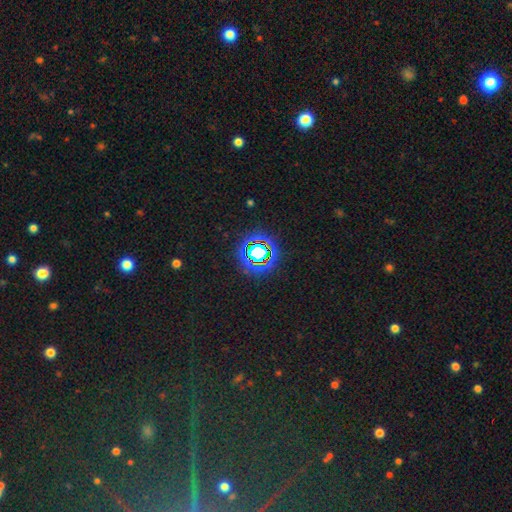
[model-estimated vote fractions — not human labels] star or artifact 70%, smooth 20%, featured or disk 10%.